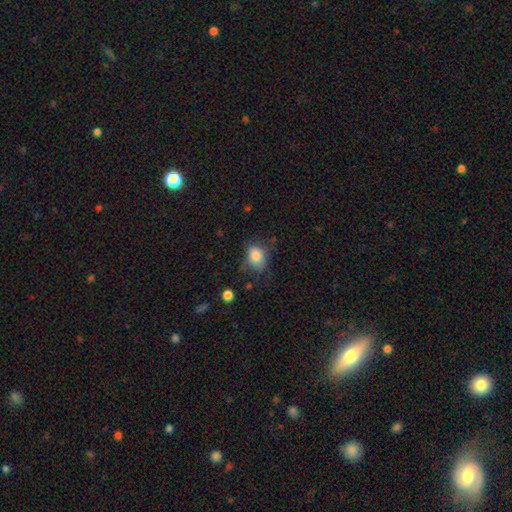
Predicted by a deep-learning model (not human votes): smooth-or-featured: smooth: 83% | star or artifact: 9% | featured or disk: 8%
  how-rounded: in between: 60% | round: 39% | cigar-shaped: 1%
  merging: none: 57% | minor disturbance: 28% | major disturbance: 12% | merger: 3%